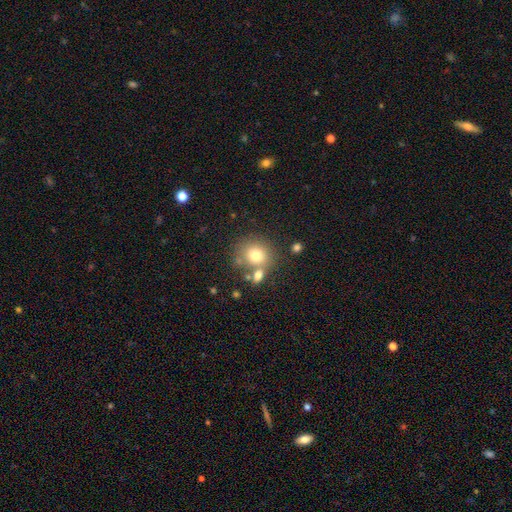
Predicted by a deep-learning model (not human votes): smooth 74%, featured or disk 14%, star or artifact 12%. Down the decision tree: how rounded — round (81%); merging — none (62%).